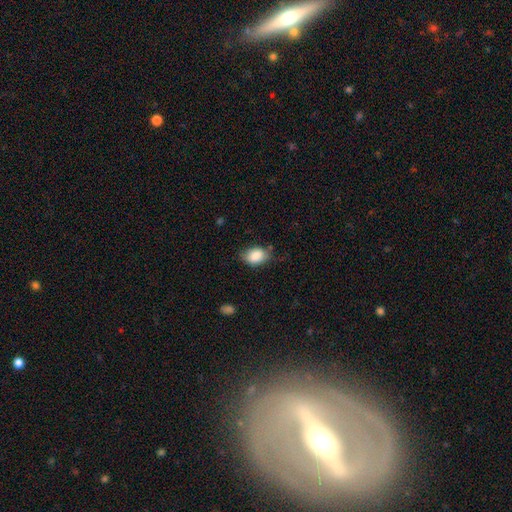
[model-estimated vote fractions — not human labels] Smooth or featured: smooth — 86% (star or artifact — 7%)
How rounded: in between — 78% (round — 20%)
Merging: none — 67% (minor disturbance — 25%)